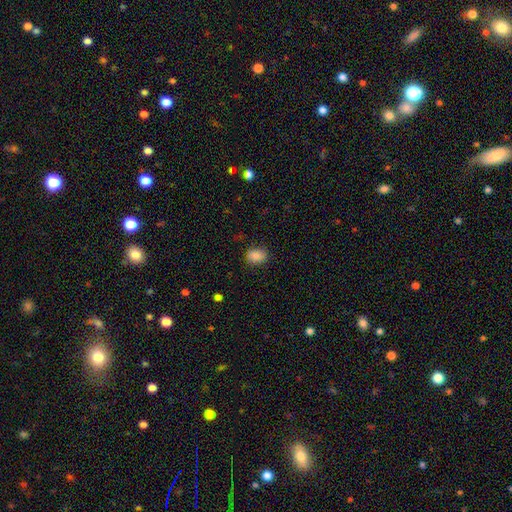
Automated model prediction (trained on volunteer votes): smooth-or-featured: smooth: 85% | star or artifact: 9% | featured or disk: 7%
  how-rounded: in between: 63% | round: 36% | cigar-shaped: 1%
  merging: none: 84% | minor disturbance: 12% | major disturbance: 3% | merger: 1%